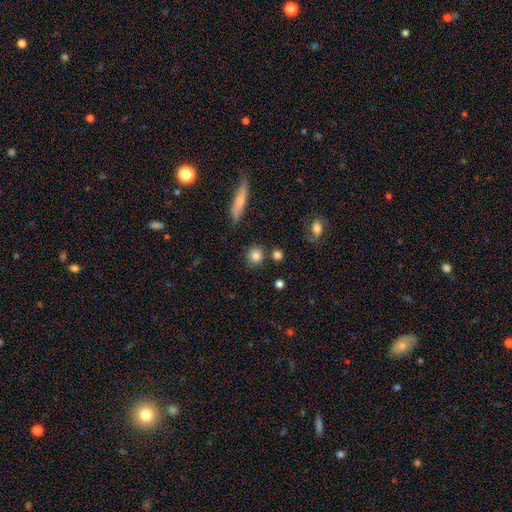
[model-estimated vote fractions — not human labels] The model was most divided on "merging": none: 83%, minor disturbance: 8%, merger: 6%, major disturbance: 3%. More confident: how rounded — round (87%); smooth or featured — smooth (84%).